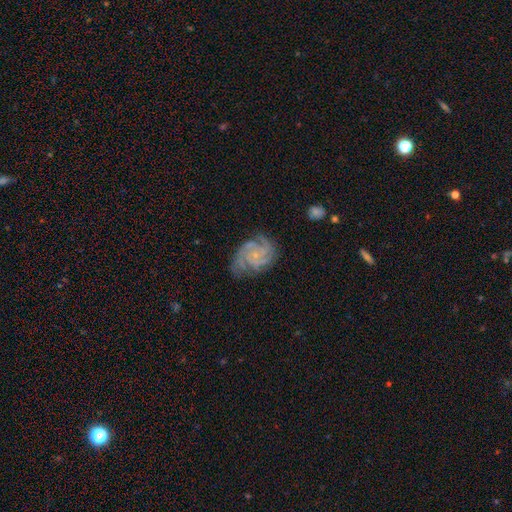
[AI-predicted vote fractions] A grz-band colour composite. It shows a featured or disk galaxy (89%) with no bar (75%), 3 (42%) tight (64%) spiral arms (98%) and a small central bulge (79%). Merging: none (73%).